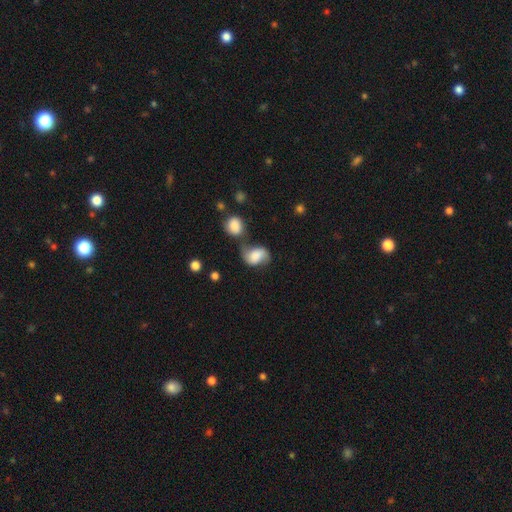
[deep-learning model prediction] smooth_or_featured: smooth (p=0.62) [alt: featured or disk p=0.29]
how_rounded: in between (p=0.70) [alt: round p=0.28]
merging: none (p=0.34) [alt: merger p=0.31]